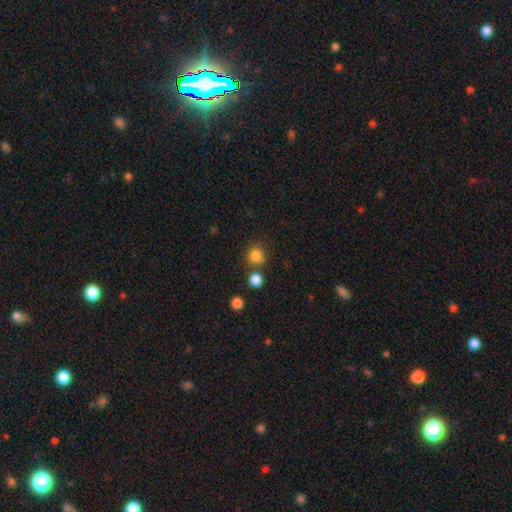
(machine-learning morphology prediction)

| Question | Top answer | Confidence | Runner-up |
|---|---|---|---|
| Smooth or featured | smooth | 82% | star or artifact (13%) |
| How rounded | round | 88% | in between (11%) |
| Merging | none | 73% | merger (13%) |